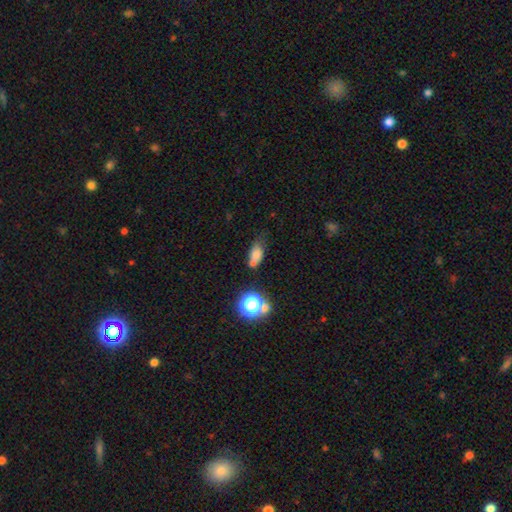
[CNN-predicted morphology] Smooth or featured? smooth (71%)
How rounded? in between (72%)
Merging? none (41%)